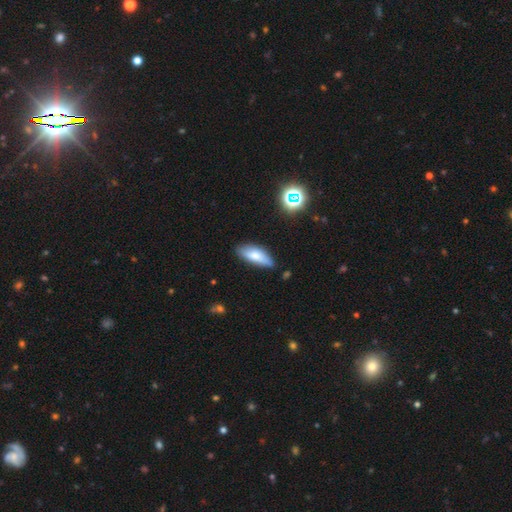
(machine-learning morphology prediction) Smooth or featured? smooth (72%)
How rounded? in between (73%)
Merging? none (72%)